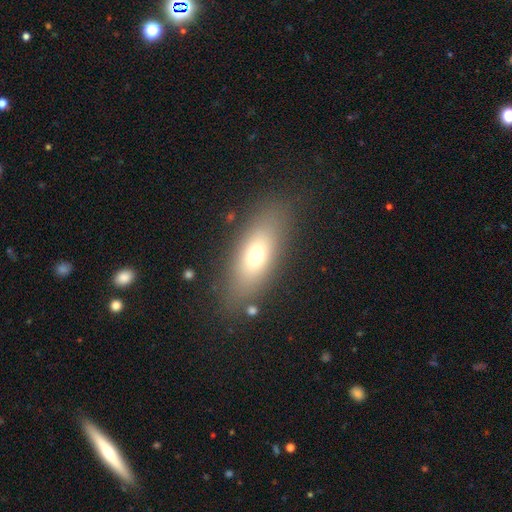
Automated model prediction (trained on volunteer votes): Overall: smooth (68%). How rounded: in between (71%). Merging: none (84%).